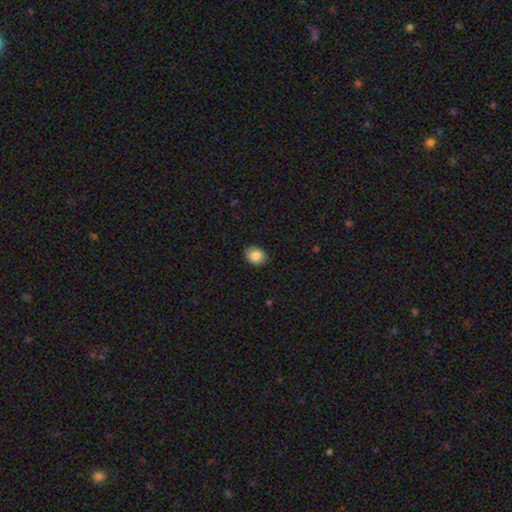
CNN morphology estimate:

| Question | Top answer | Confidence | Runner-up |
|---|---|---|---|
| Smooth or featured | smooth | 85% | star or artifact (8%) |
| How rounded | in between | 58% | round (41%) |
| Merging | none | 88% | minor disturbance (9%) |